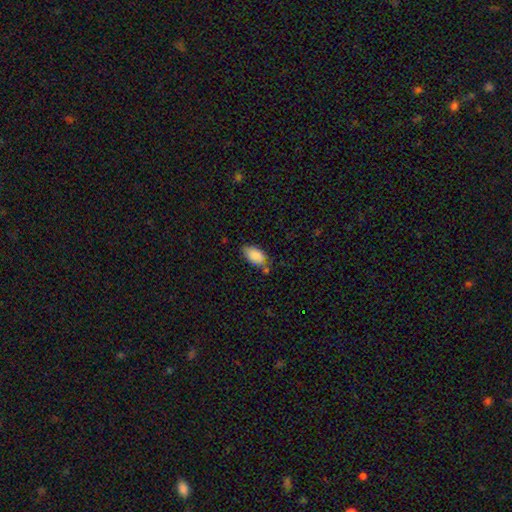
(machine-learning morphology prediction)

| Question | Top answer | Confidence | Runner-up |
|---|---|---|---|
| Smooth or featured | smooth | 87% | star or artifact (8%) |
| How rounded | in between | 93% | round (4%) |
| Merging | none | 59% | minor disturbance (27%) |